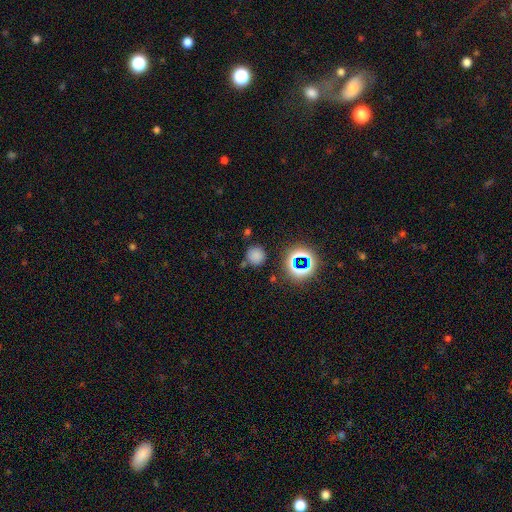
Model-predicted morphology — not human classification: Overall: smooth (70%). How rounded: round (92%). Merging: none (79%).